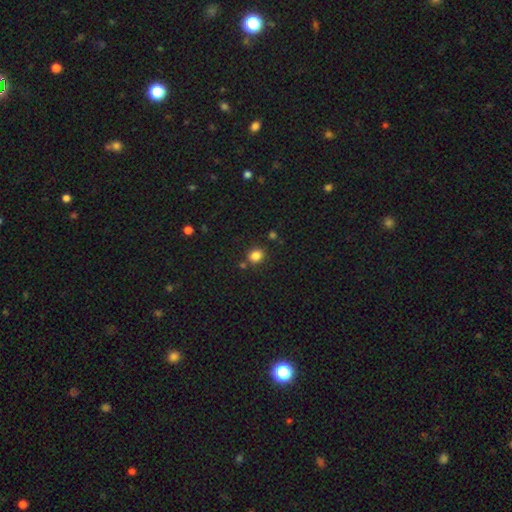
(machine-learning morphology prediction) Q: Smooth or featured?
A: smooth (83%); runner-up: star or artifact (12%)
Q: How rounded?
A: round (67%); runner-up: in between (32%)
Q: Merging?
A: none (79%); runner-up: minor disturbance (10%)